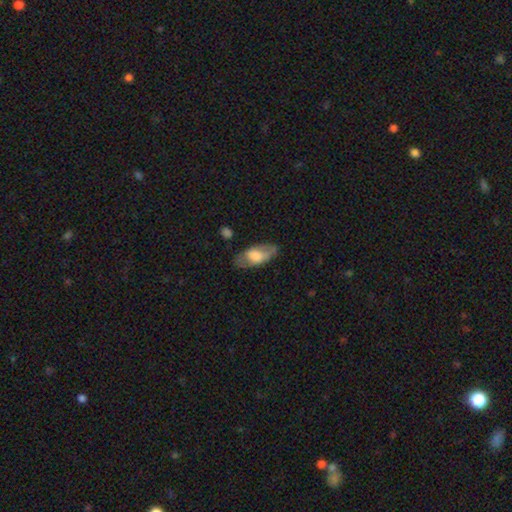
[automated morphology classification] The model was most divided on "smooth or featured": smooth: 59%, featured or disk: 35%, star or artifact: 6%. More confident: how rounded — in between (88%); merging — none (73%).